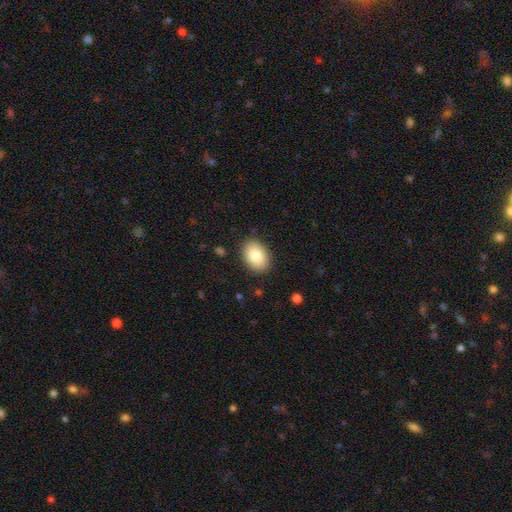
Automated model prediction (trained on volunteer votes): Q: Smooth or featured?
A: smooth (84%); runner-up: featured or disk (9%)
Q: How rounded?
A: in between (82%); runner-up: round (18%)
Q: Merging?
A: none (88%); runner-up: minor disturbance (9%)